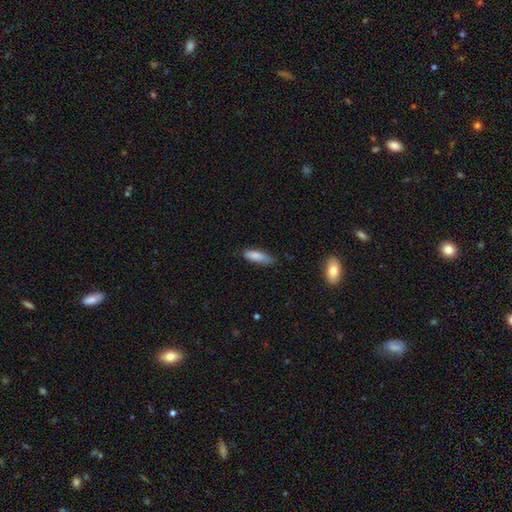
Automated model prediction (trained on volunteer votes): smooth-or-featured: smooth: 85% | featured or disk: 8% | star or artifact: 7%
  how-rounded: cigar-shaped: 52% | in between: 46% | round: 2%
  merging: none: 67% | minor disturbance: 27% | major disturbance: 4% | merger: 2%